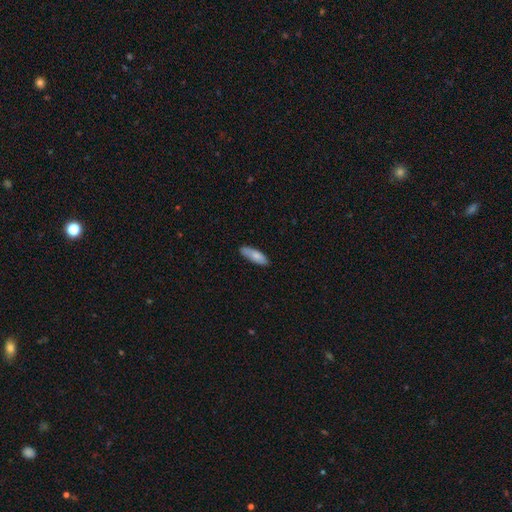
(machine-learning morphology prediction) Overall: smooth (82%). How rounded: in between (53%; cigar-shaped 45%). Merging: none (79%).